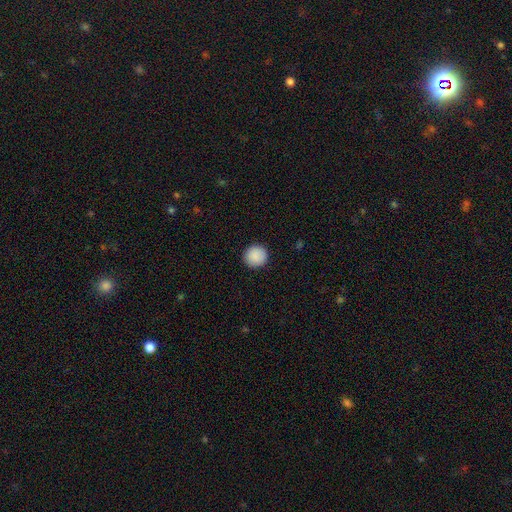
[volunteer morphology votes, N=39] Smooth or featured? 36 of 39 (92%) said smooth. How rounded? 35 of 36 (97%) said round. Merging? 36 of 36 (100%) said none.